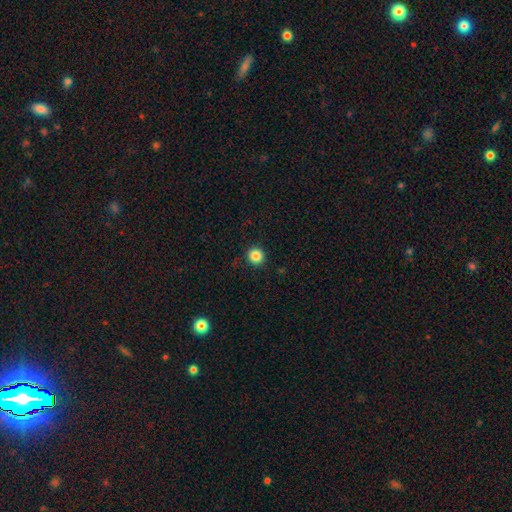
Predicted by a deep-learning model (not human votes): smooth 85%, star or artifact 11%, featured or disk 4%. Down the decision tree: how rounded — round (95%); merging — none (92%).